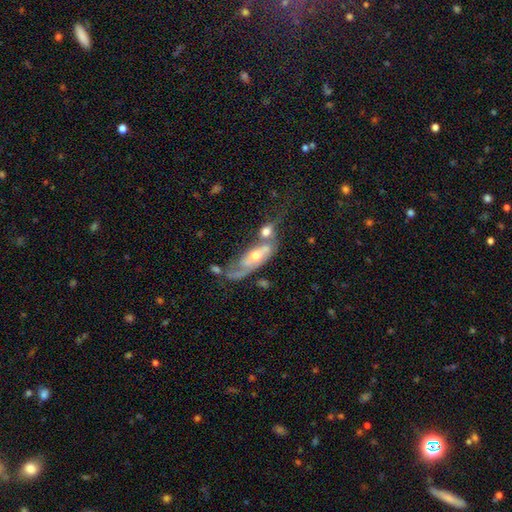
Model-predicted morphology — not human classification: Smooth or featured? featured or disk (69%)
Edge-on disk? no (84%)
Bar? no (71%)
Spiral arms? yes (71%)
Bulge size? moderate (63%)
Merging? merger (43%)